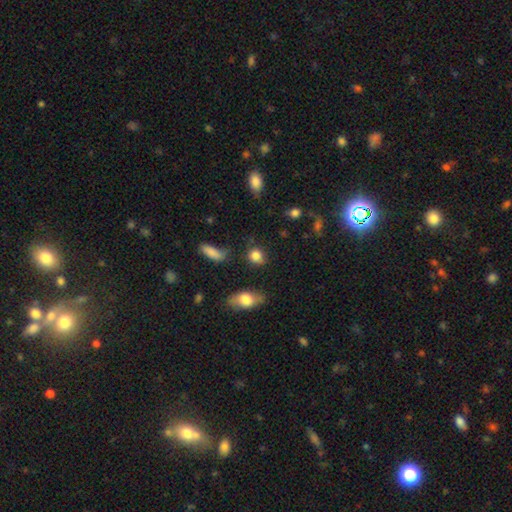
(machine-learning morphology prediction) Smooth or featured? Predicted: smooth (p=0.83). How rounded? Predicted: round (p=0.66). Merging? Predicted: none (p=0.72).